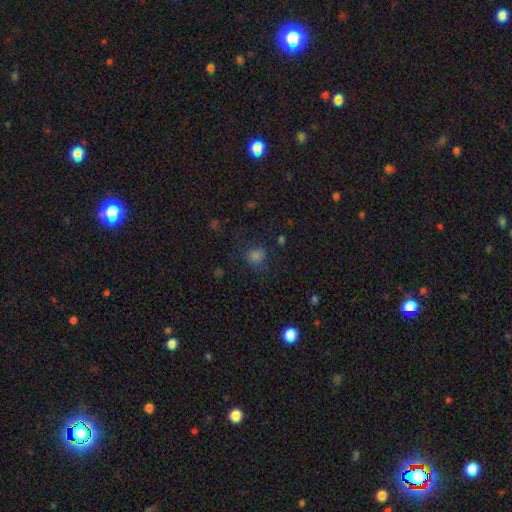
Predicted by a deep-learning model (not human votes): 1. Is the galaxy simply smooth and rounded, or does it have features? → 73% smooth, 21% star or artifact, 6% featured or disk.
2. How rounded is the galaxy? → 76% round, 23% in between, 1% cigar-shaped.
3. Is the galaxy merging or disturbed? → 74% none, 16% minor disturbance, 8% major disturbance, 2% merger.